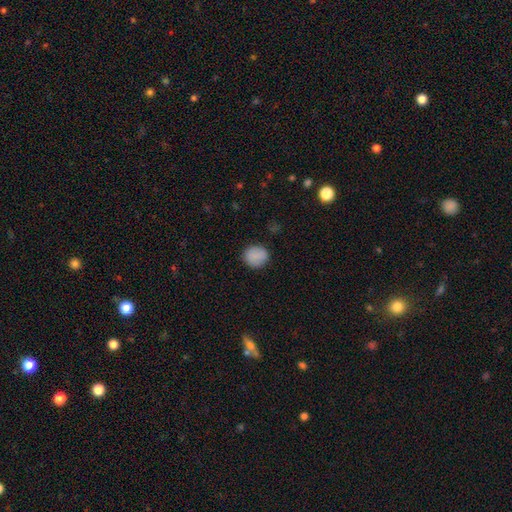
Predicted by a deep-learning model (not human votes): smooth_or_featured: smooth (p=0.87) [alt: star or artifact p=0.08]
how_rounded: round (p=0.85) [alt: in between p=0.14]
merging: none (p=0.86) [alt: minor disturbance p=0.10]